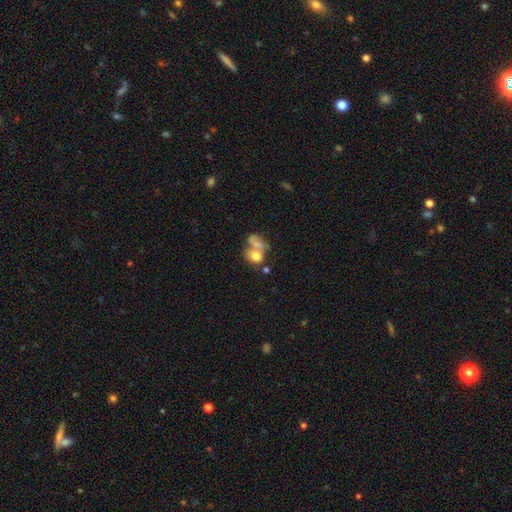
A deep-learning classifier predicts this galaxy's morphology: This appears to be a smooth galaxy with no disk features (71%) that is round (54%). Merging: merger (56%).